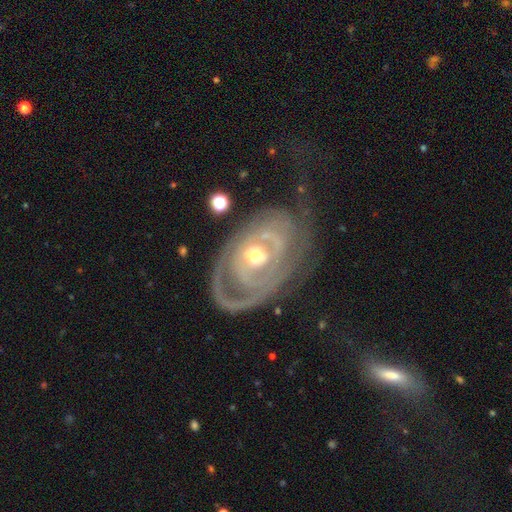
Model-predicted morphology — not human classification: Smooth or featured? Predicted: featured or disk (p=0.86). Edge-on disk? Predicted: no (p=0.96). Bar? Predicted: no (p=0.59). Spiral arms? Predicted: yes (p=0.84). Spiral winding? Predicted: tight (p=0.63). Spiral arm count? Predicted: 2 (p=0.39). Bulge size? Predicted: moderate (p=0.64). Merging? Predicted: none (p=0.61).